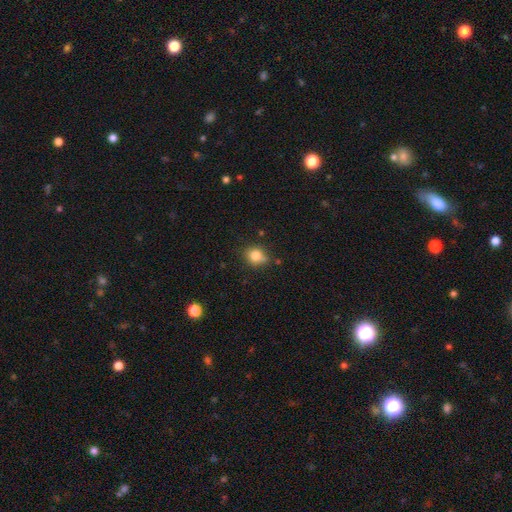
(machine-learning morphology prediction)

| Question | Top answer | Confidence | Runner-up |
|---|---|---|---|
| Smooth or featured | smooth | 81% | star or artifact (11%) |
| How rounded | round | 74% | in between (25%) |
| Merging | none | 70% | minor disturbance (19%) |